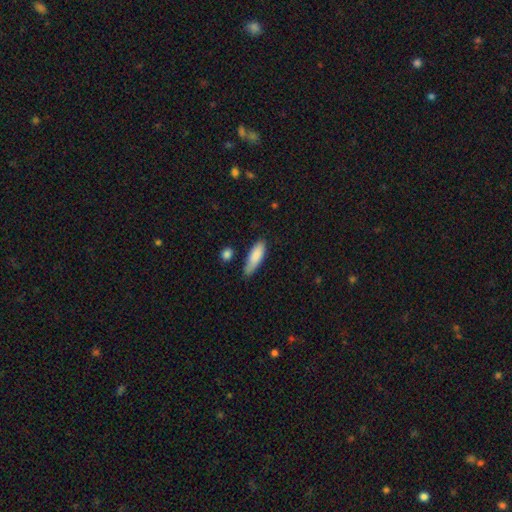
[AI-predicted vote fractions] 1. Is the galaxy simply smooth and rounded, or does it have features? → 85% smooth, 9% featured or disk, 6% star or artifact.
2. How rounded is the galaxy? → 53% in between, 46% cigar-shaped, 2% round.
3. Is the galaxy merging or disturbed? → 62% none, 28% minor disturbance, 5% major disturbance, 5% merger.